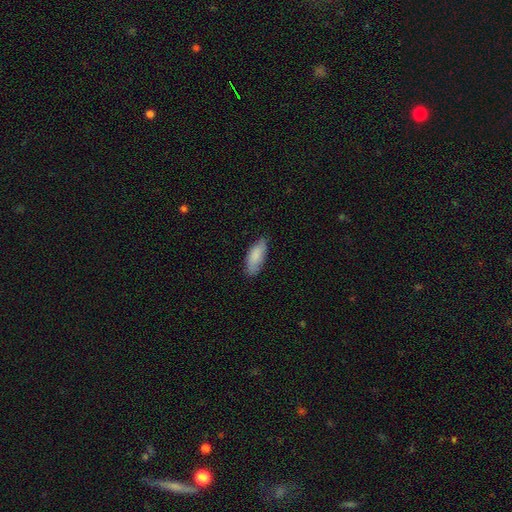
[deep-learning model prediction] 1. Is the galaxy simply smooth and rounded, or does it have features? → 84% smooth, 10% featured or disk, 6% star or artifact.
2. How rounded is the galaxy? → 80% in between, 19% cigar-shaped, 2% round.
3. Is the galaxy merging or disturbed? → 75% none, 21% minor disturbance, 3% major disturbance, 1% merger.